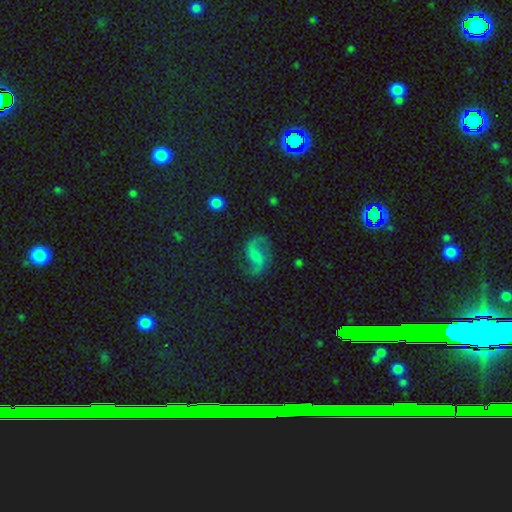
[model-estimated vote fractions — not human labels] Smooth or featured? featured or disk (75%)
Edge-on disk? no (98%)
Bar? weak (47%)
Spiral arms? yes (94%)
Spiral winding? loose (64%)
Spiral arm count? 2 (92%)
Bulge size? none (34%)
Merging? none (72%)